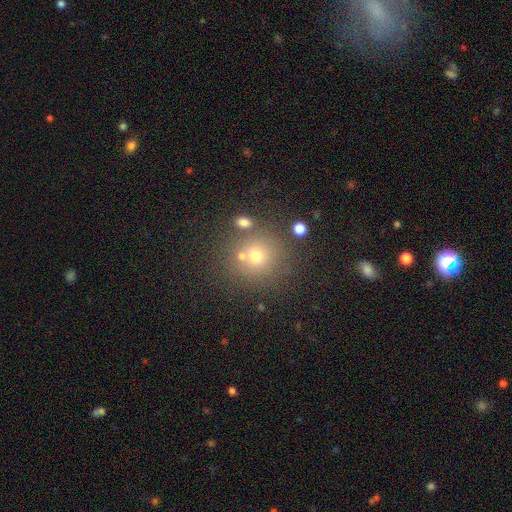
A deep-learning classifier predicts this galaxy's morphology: Smooth or featured?
  - smooth: 66% *
  - star or artifact: 21%
  - featured or disk: 13%
How rounded?
  - round: 91% *
  - in between: 8%
  - cigar-shaped: 1%
Merging?
  - none: 71% *
  - merger: 16%
  - minor disturbance: 9%
  - major disturbance: 4%